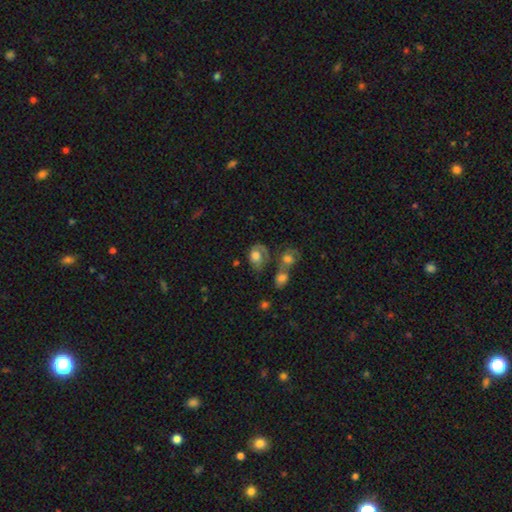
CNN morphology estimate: Smooth or featured: smooth — 57% (featured or disk — 34%)
How rounded: in between — 63% (round — 36%)
Merging: none — 29% (tied with merger — 29%)